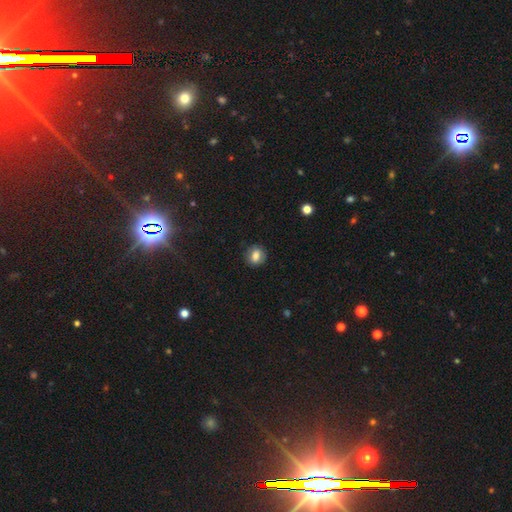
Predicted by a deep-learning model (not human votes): smooth 78%, featured or disk 12%, star or artifact 10%. Down the decision tree: how rounded — round (65%); merging — none (85%).